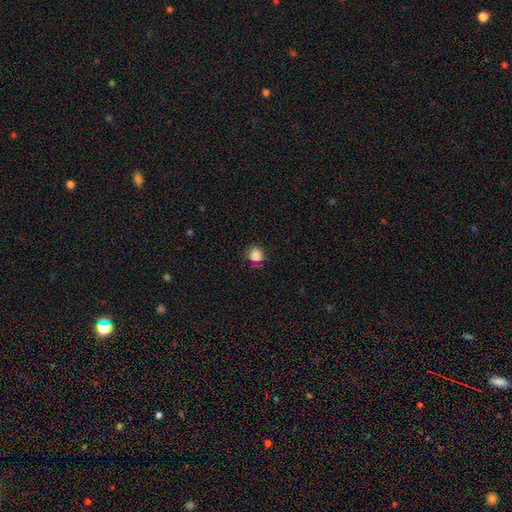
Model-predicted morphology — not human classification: Overall: smooth (85%). How rounded: round (87%). Merging: none (84%).